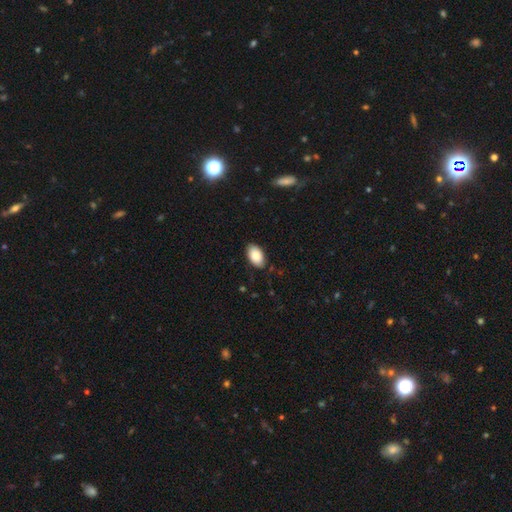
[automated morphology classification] A smooth galaxy with no disk features (87%) that is in between round and cigar-shaped (94%).

Vote fractions:
- Smooth or featured? smooth: 87% / featured or disk: 7% / star or artifact: 6%
- How rounded? in between: 94% / round: 5% / cigar-shaped: 1%
- Merging? none: 84% / minor disturbance: 13% / major disturbance: 2% / merger: 1%